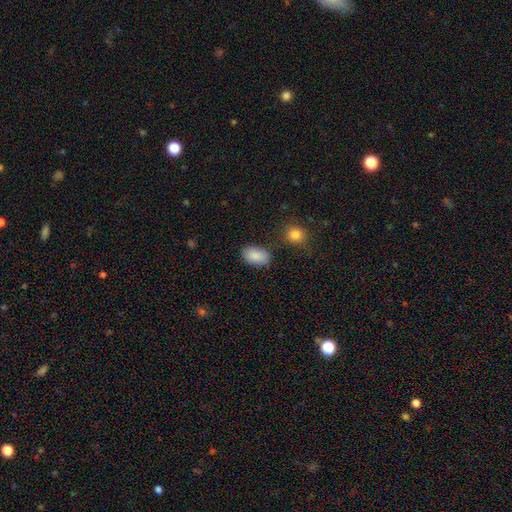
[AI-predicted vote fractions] Morphology: type=smooth (88%); roundness=in between (89%); merging=none (77%).